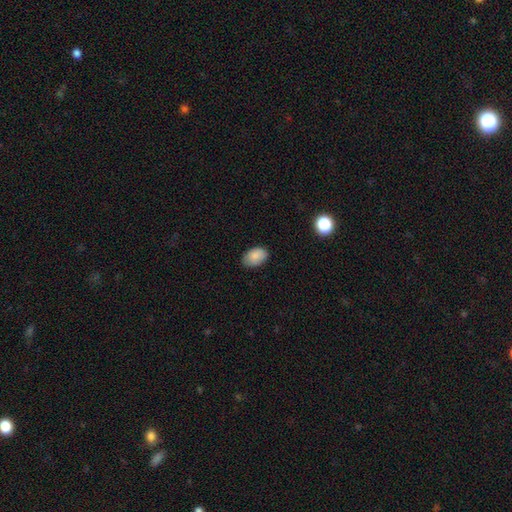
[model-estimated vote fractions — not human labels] A smooth galaxy with no disk features (87%) that is in between round and cigar-shaped (88%).

Vote fractions:
- Smooth or featured? smooth: 87% / star or artifact: 8% / featured or disk: 6%
- How rounded? in between: 88% / round: 11% / cigar-shaped: 1%
- Merging? none: 81% / minor disturbance: 15% / major disturbance: 3% / merger: 1%